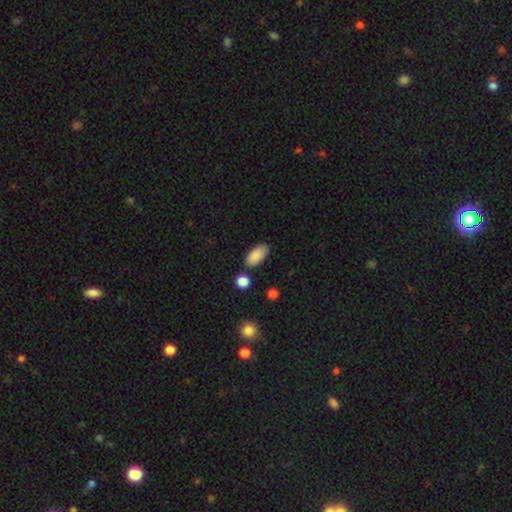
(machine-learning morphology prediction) Overall: smooth (88%). How rounded: in between (91%). Merging: none (78%).